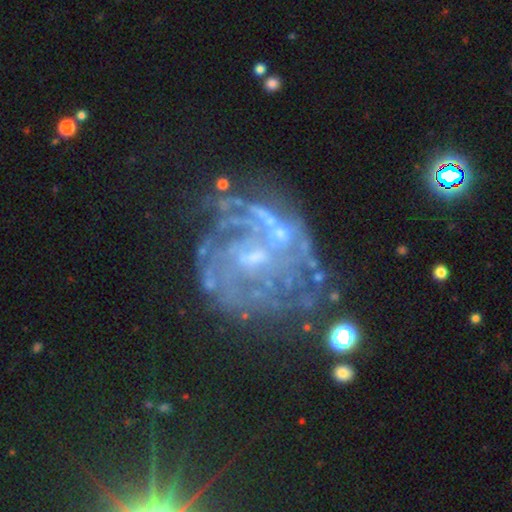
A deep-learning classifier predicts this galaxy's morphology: featured or disk 77%, star or artifact 14%, smooth 10%. Down the decision tree: edge-on disk — no (98%); bar — no (58%); spiral arms — yes (73%); spiral arm count — can't tell (51%); spiral winding — tight (49%); bulge size — small (51%); merging — none (54%).